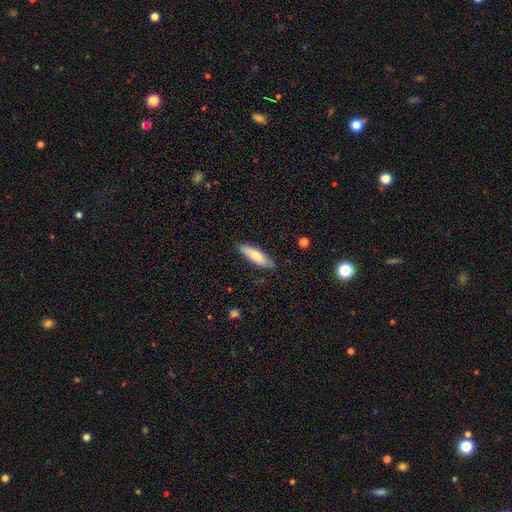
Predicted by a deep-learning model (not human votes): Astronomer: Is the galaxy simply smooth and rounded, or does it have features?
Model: smooth — 75%.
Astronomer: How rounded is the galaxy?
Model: cigar-shaped — 53% (runner-up: in between, 46%).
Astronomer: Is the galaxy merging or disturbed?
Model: none — 82%.